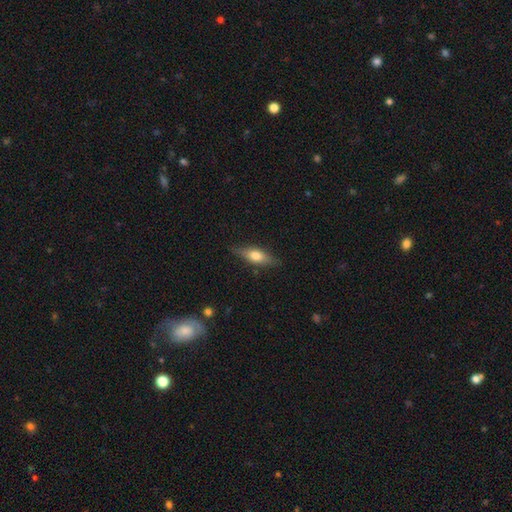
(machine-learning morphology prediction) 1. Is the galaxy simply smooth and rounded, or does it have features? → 63% smooth, 31% featured or disk, 7% star or artifact.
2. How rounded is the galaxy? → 59% in between, 37% cigar-shaped, 4% round.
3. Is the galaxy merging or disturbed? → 80% none, 15% minor disturbance, 3% major disturbance, 1% merger.